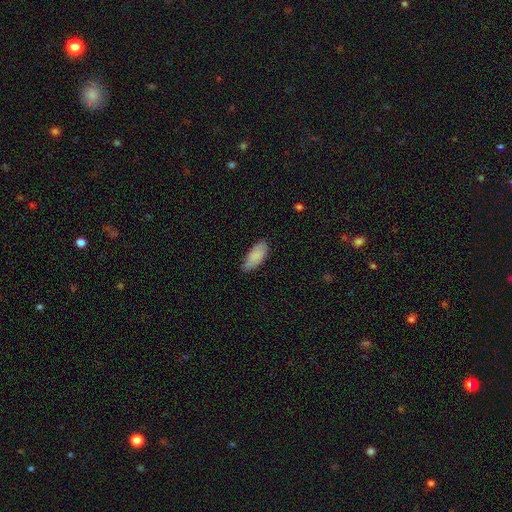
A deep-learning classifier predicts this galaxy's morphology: A smooth galaxy with no disk features (84%) that is in between round and cigar-shaped (84%). Merging: none (65%).